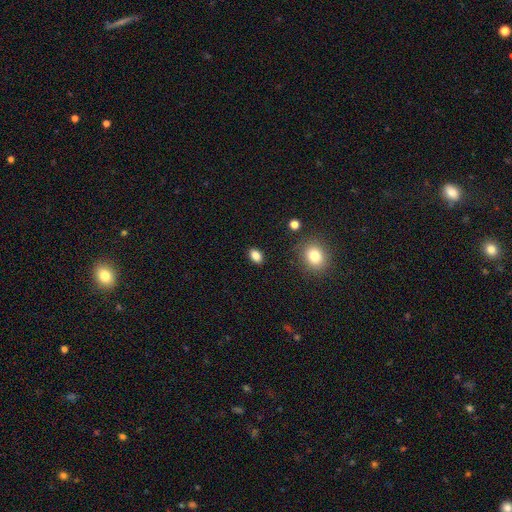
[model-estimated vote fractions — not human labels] This appears to be a smooth galaxy with no disk features (84%) that is in between round and cigar-shaped (81%). Merging: none (87%).